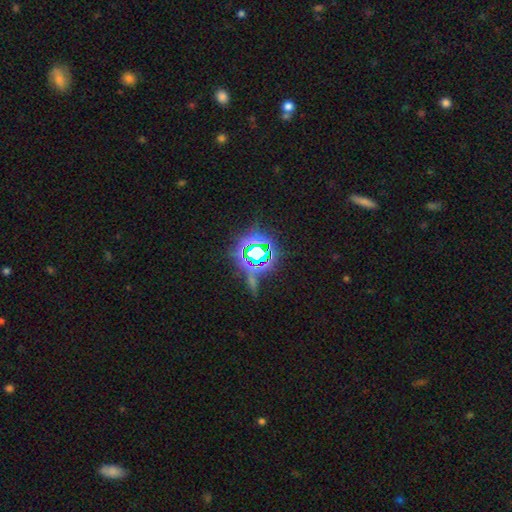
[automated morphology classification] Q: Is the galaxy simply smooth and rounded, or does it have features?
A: star or artifact — 74%.